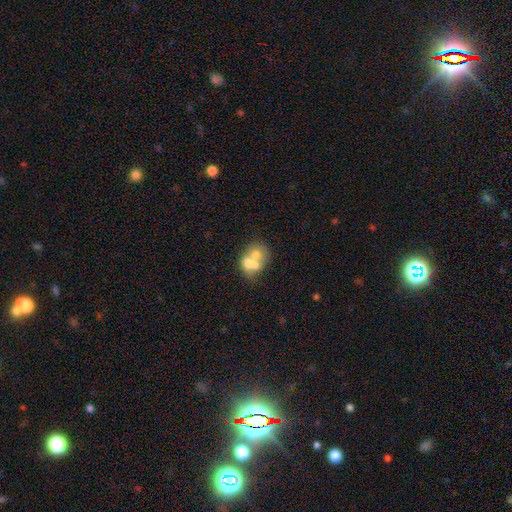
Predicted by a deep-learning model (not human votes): Q: Smooth or featured?
A: smooth (55%); runner-up: featured or disk (34%)
Q: How rounded?
A: round (58%); runner-up: in between (41%)
Q: Merging?
A: merger (63%); runner-up: none (24%)